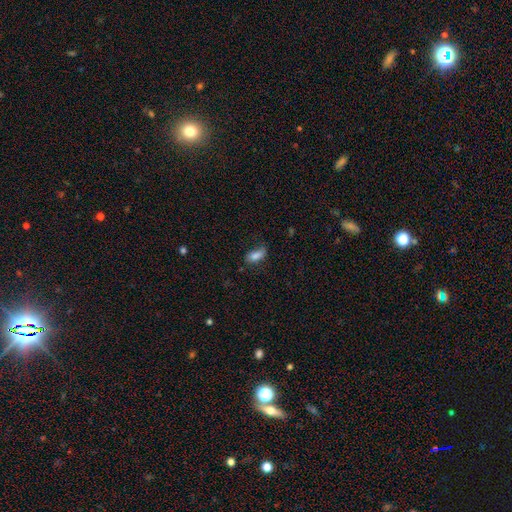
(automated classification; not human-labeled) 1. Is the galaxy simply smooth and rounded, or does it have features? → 80% smooth, 12% featured or disk, 9% star or artifact.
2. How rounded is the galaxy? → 86% in between, 10% cigar-shaped, 4% round.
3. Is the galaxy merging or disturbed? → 59% none, 28% minor disturbance, 10% major disturbance, 2% merger.